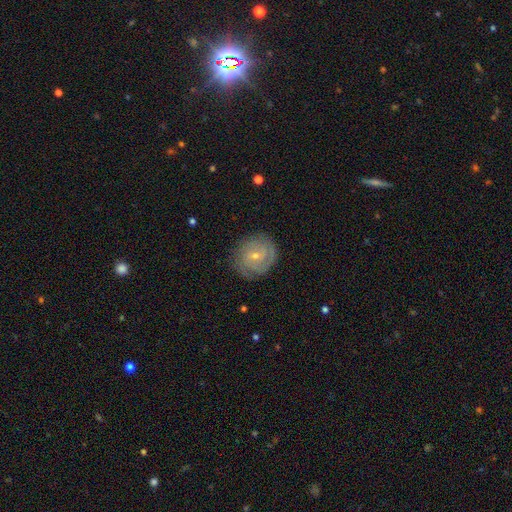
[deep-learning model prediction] Q: Smooth or featured?
A: featured or disk (75%); runner-up: smooth (18%)
Q: Edge-on disk?
A: no (97%); runner-up: yes (3%)
Q: Bar?
A: no (49%); runner-up: weak (43%)
Q: Spiral arms?
A: yes (92%); runner-up: no (8%)
Q: Spiral winding?
A: tight (65%); runner-up: medium (28%)
Q: Spiral arm count?
A: 2 (34%); runner-up: can't tell (30%)
Q: Bulge size?
A: small (72%); runner-up: moderate (25%)
Q: Merging?
A: none (81%); runner-up: minor disturbance (14%)